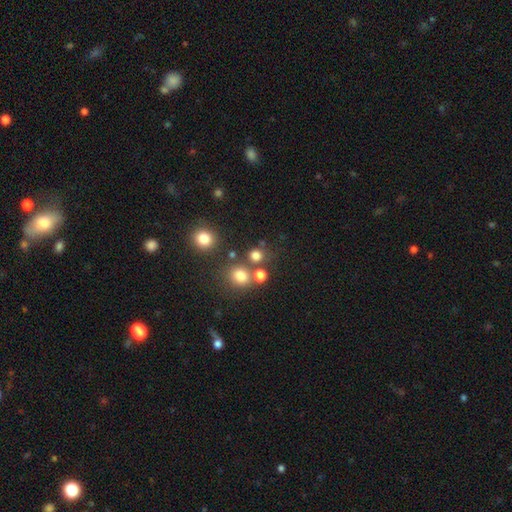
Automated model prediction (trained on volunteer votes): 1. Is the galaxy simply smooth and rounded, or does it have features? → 76% smooth, 18% star or artifact, 7% featured or disk.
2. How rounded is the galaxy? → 86% round, 13% in between, 1% cigar-shaped.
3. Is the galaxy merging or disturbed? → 70% none, 18% merger, 8% minor disturbance, 4% major disturbance.